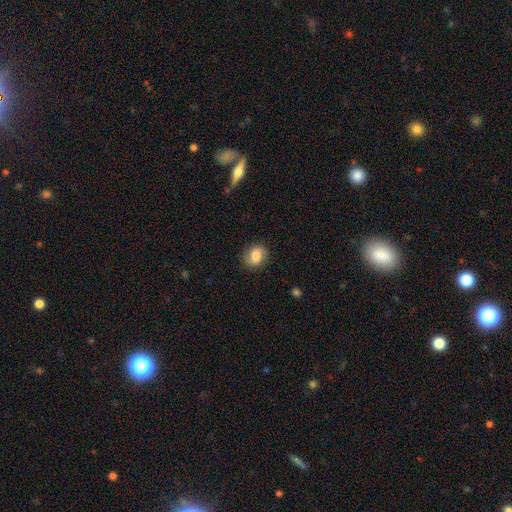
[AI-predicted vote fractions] smooth 73%, featured or disk 18%, star or artifact 9%. Down the decision tree: how rounded — round (63%); merging — none (81%).